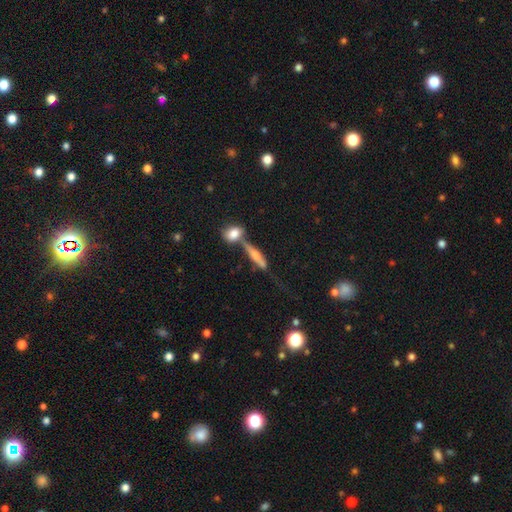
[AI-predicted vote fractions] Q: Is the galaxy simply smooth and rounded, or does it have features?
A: smooth — 51%.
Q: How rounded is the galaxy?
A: cigar-shaped — 63%.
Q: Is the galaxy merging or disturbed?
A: merger — 40%.